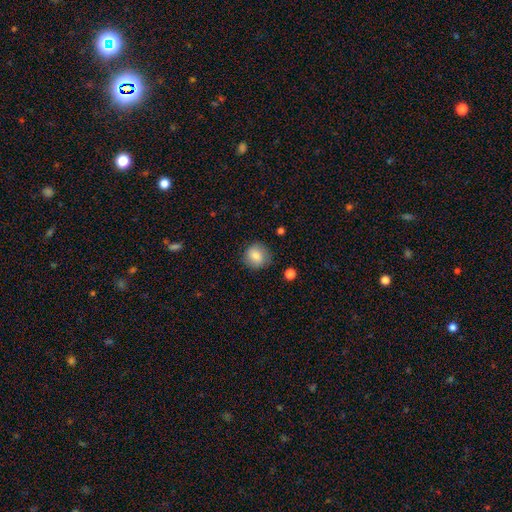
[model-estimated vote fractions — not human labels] Q: Smooth or featured?
A: smooth (81%); runner-up: featured or disk (10%)
Q: How rounded?
A: round (88%); runner-up: in between (11%)
Q: Merging?
A: none (83%); runner-up: minor disturbance (12%)